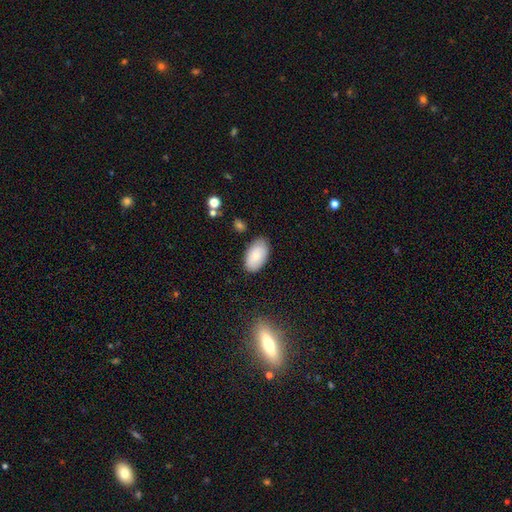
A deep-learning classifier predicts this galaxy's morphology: Q: Smooth or featured?
A: smooth (83%); runner-up: featured or disk (11%)
Q: How rounded?
A: in between (95%); runner-up: round (3%)
Q: Merging?
A: none (83%); runner-up: minor disturbance (13%)